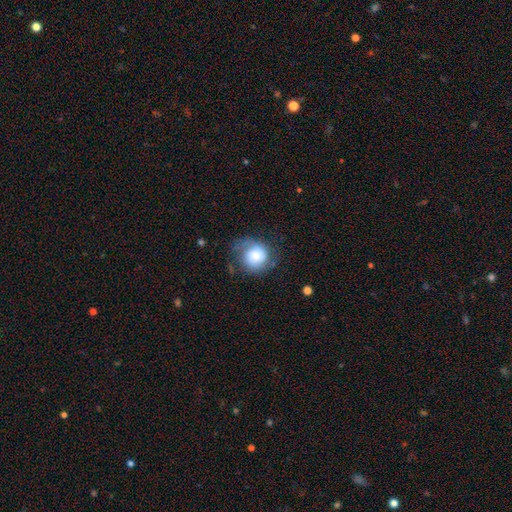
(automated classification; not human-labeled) Smooth or featured: smooth — 55% (featured or disk — 36%)
How rounded: round — 81% (in between — 18%)
Merging: none — 56% (minor disturbance — 26%)